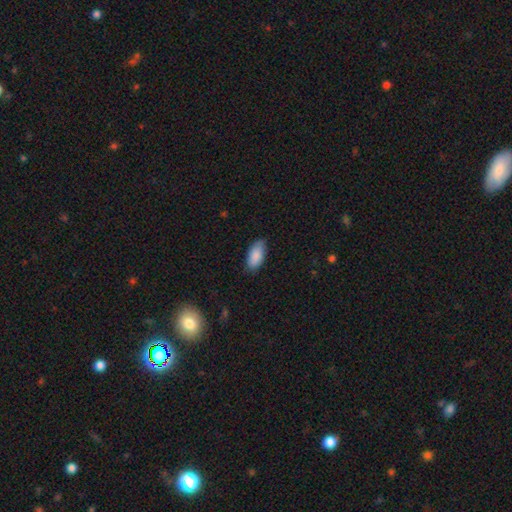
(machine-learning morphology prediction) Smooth or featured? smooth (87%)
How rounded? in between (91%)
Merging? none (80%)